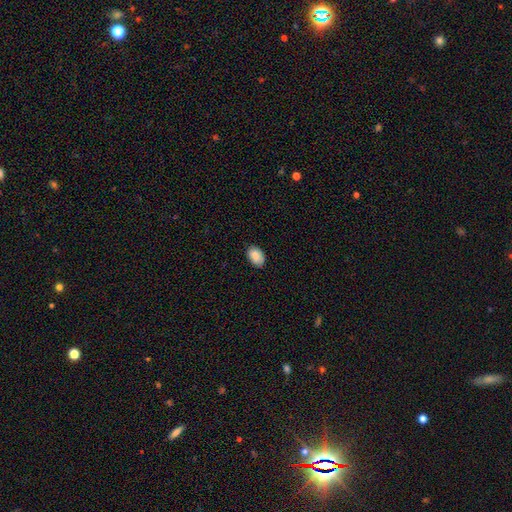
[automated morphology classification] Smooth or featured? smooth (87%)
How rounded? in between (86%)
Merging? none (82%)